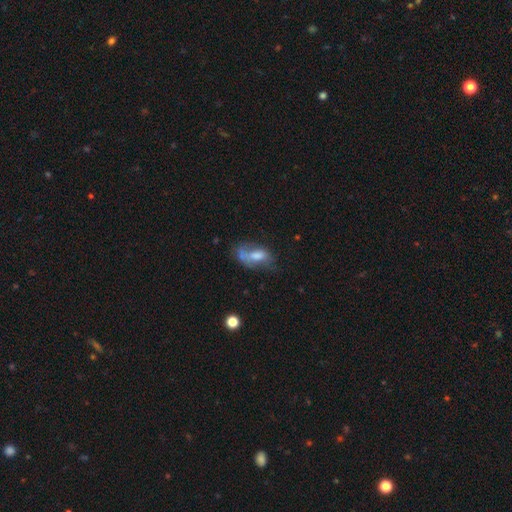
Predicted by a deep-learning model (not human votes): A smooth galaxy with no disk features (56%) that is in between round and cigar-shaped (85%).

Vote fractions:
- Smooth or featured? smooth: 56% / featured or disk: 34% / star or artifact: 10%
- How rounded? in between: 85% / cigar-shaped: 10% / round: 5%
- Merging? none: 33% / major disturbance: 27% / minor disturbance: 26% / merger: 13%